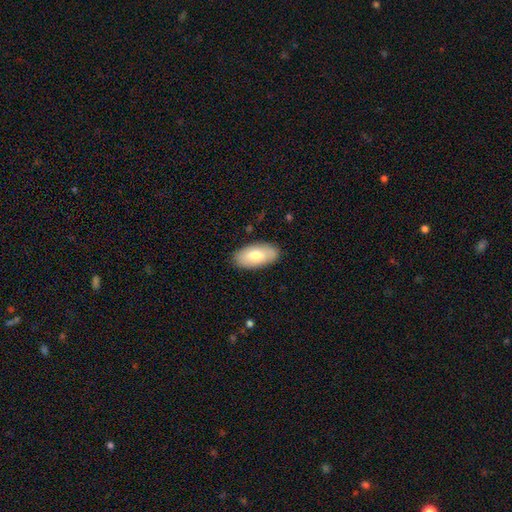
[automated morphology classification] The model was most divided on "smooth or featured": smooth: 75%, featured or disk: 20%, star or artifact: 6%. More confident: how rounded — in between (94%); merging — none (88%).